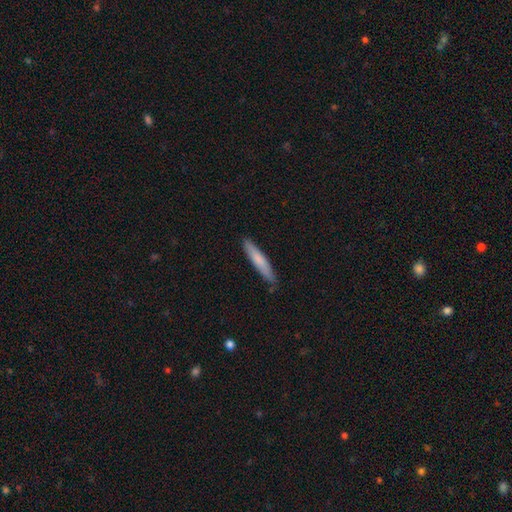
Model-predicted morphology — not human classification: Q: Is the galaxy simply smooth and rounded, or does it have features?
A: smooth — 69%.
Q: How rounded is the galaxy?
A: cigar-shaped — 92%.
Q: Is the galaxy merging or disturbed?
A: none — 87%.